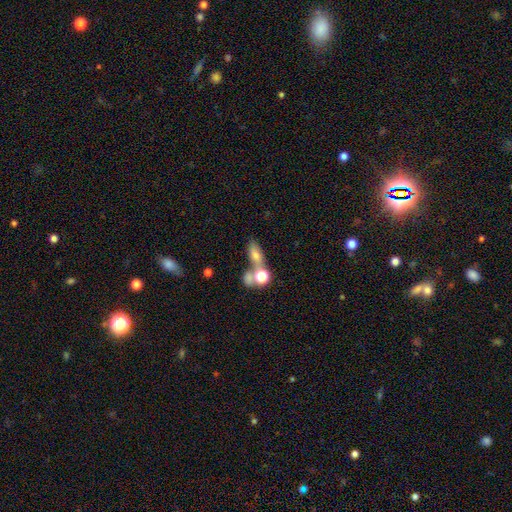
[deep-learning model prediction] Q: Smooth or featured?
A: smooth (67%); runner-up: featured or disk (19%)
Q: How rounded?
A: in between (66%); runner-up: round (21%)
Q: Merging?
A: merger (43%); runner-up: none (37%)